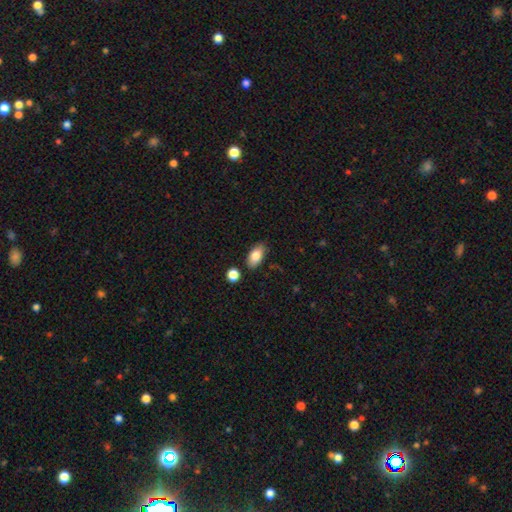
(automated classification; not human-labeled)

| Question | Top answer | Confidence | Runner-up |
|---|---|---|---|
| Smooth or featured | smooth | 82% | featured or disk (11%) |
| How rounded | in between | 91% | cigar-shaped (5%) |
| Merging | none | 82% | minor disturbance (12%) |